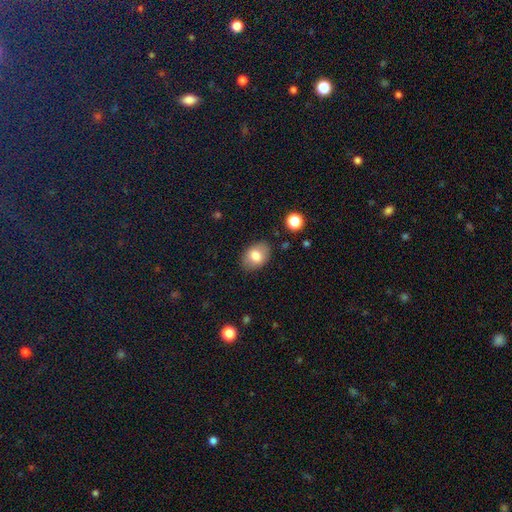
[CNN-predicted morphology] Q: Smooth or featured?
A: smooth (77%); runner-up: featured or disk (15%)
Q: How rounded?
A: in between (77%); runner-up: round (22%)
Q: Merging?
A: none (83%); runner-up: minor disturbance (12%)